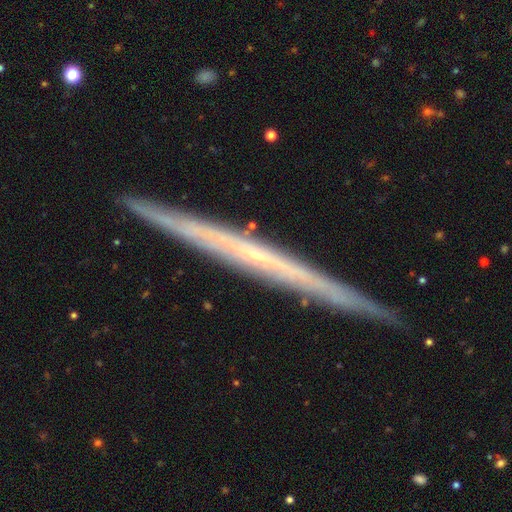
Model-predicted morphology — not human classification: Smooth or featured?
  - featured or disk: 78% *
  - smooth: 15%
  - star or artifact: 6%
Edge-on disk?
  - yes: 96% *
  - no: 4%
Edge-on bulge?
  - none: 77% *
  - rounded: 20%
  - boxy: 4%
Merging?
  - none: 90% *
  - minor disturbance: 8%
  - major disturbance: 1%
  - merger: 1%